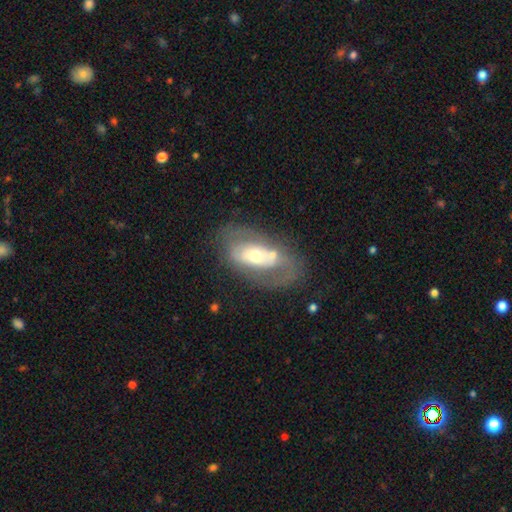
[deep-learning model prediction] Smooth or featured?
  - featured or disk: 66% *
  - smooth: 27%
  - star or artifact: 7%
Edge-on disk?
  - no: 92% *
  - yes: 8%
Bar?
  - no: 66% *
  - weak: 22%
  - strong: 12%
Spiral arms?
  - yes: 52% *
  - no: 48%
Bulge size?
  - moderate: 56% *
  - small: 35%
  - large: 7%
  - dominant: 1%
  - none: 1%
Merging?
  - none: 46% *
  - minor disturbance: 19%
  - major disturbance: 18%
  - merger: 17%